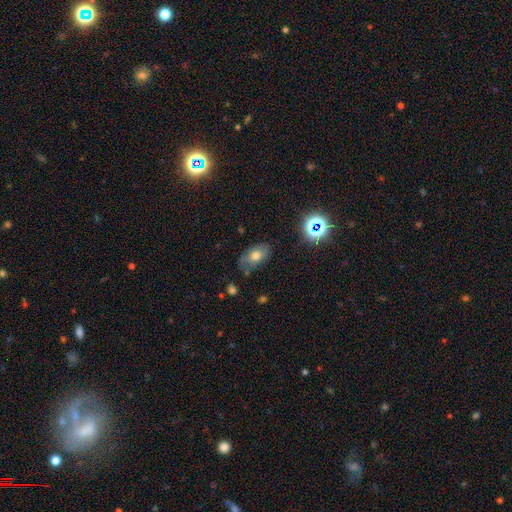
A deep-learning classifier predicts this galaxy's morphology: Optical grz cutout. It shows a smooth galaxy with no disk features (65%) that is in between round and cigar-shaped (89%). Merging: none (66%).